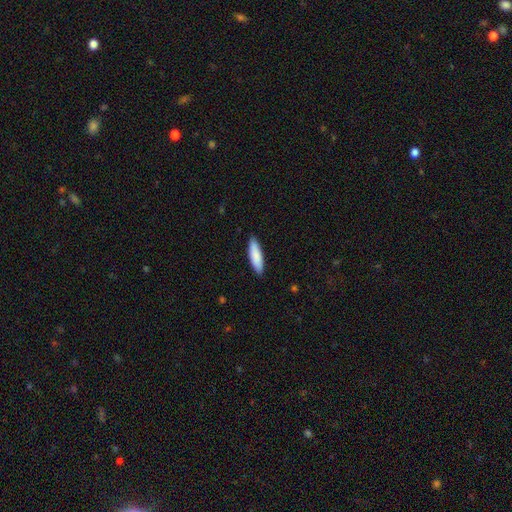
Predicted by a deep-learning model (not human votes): Smooth or featured?
  - smooth: 87% *
  - featured or disk: 8%
  - star or artifact: 5%
How rounded?
  - cigar-shaped: 59% *
  - in between: 40%
  - round: 1%
Merging?
  - none: 88% *
  - minor disturbance: 9%
  - major disturbance: 2%
  - merger: 1%